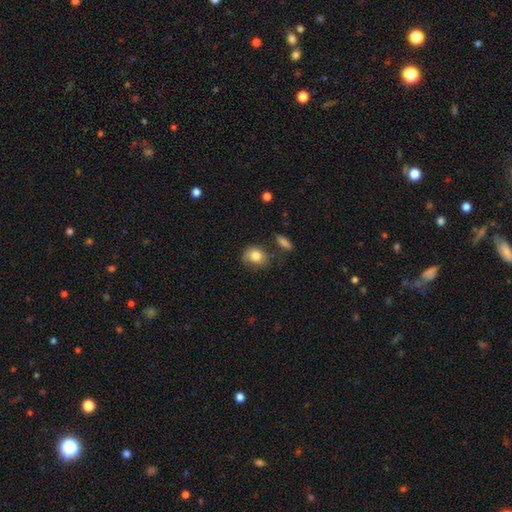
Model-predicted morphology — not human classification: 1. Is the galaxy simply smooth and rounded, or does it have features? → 81% smooth, 10% featured or disk, 8% star or artifact.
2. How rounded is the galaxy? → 55% round, 44% in between, 1% cigar-shaped.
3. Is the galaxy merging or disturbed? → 64% none, 25% minor disturbance, 7% major disturbance, 5% merger.